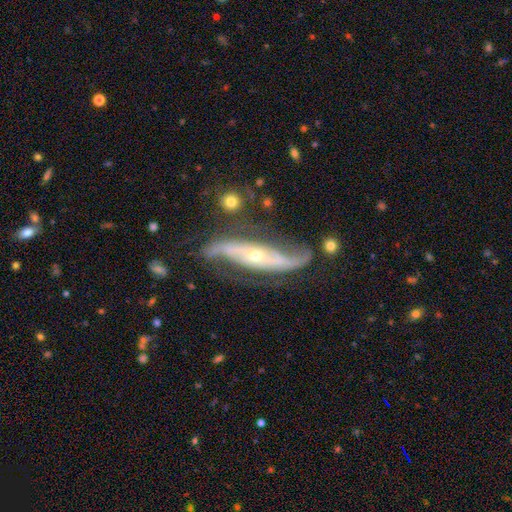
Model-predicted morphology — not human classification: Overall: featured or disk (87%). Edge-on disk: no (78%). Bar: no (52%; strong 28%). Spiral arms: yes (94%). Spiral arm count: 2 (89%). Spiral winding: loose (51%; medium 32%). Bulge size: small (67%; moderate 29%). Merging: none (67%).